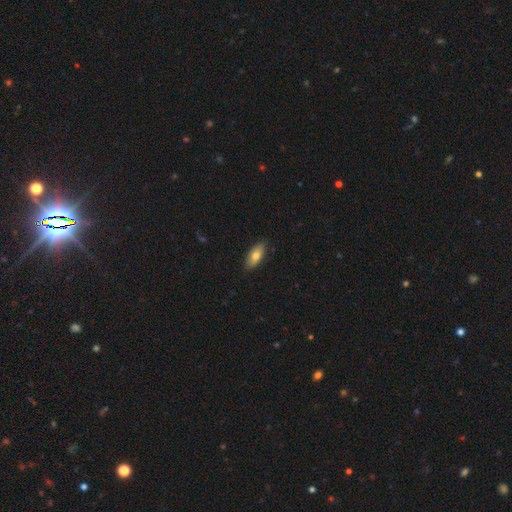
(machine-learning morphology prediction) Smooth or featured: smooth — 72% (featured or disk — 21%)
How rounded: in between — 81% (cigar-shaped — 16%)
Merging: none — 86% (minor disturbance — 11%)